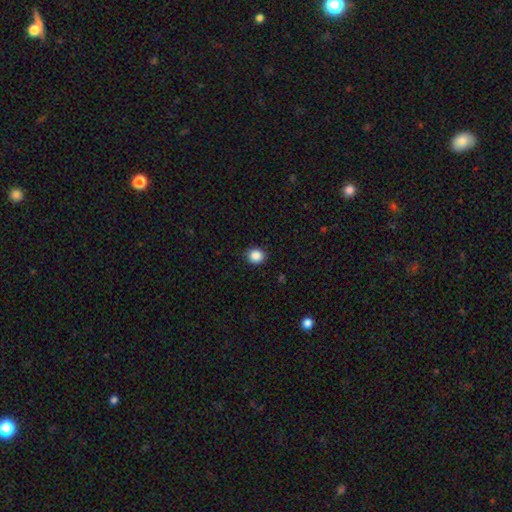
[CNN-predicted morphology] smooth-or-featured: smooth: 87% | star or artifact: 10% | featured or disk: 3%
  how-rounded: round: 87% | in between: 13% | cigar-shaped: 1%
  merging: none: 90% | minor disturbance: 7% | major disturbance: 2% | merger: 1%